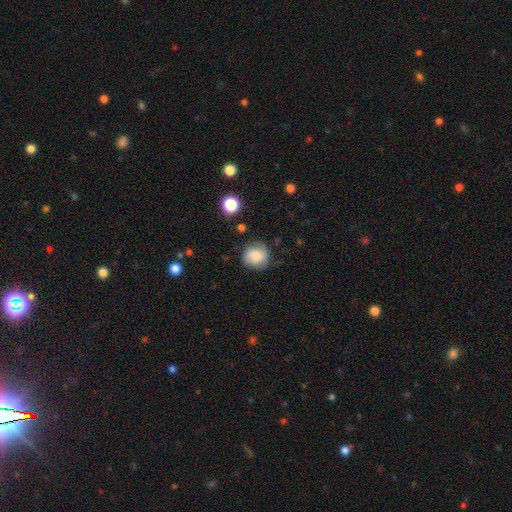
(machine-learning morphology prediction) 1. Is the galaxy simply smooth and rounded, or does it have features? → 76% smooth, 15% featured or disk, 9% star or artifact.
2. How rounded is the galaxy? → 87% round, 13% in between, 1% cigar-shaped.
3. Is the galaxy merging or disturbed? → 72% none, 20% minor disturbance, 6% major disturbance, 2% merger.